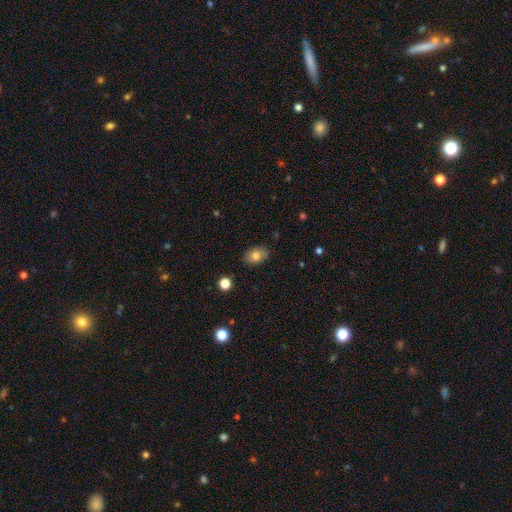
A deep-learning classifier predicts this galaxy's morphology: Smooth or featured?
  - smooth: 80% *
  - featured or disk: 11%
  - star or artifact: 9%
How rounded?
  - in between: 79% *
  - round: 20%
  - cigar-shaped: 1%
Merging?
  - none: 84% *
  - minor disturbance: 12%
  - major disturbance: 2%
  - merger: 1%